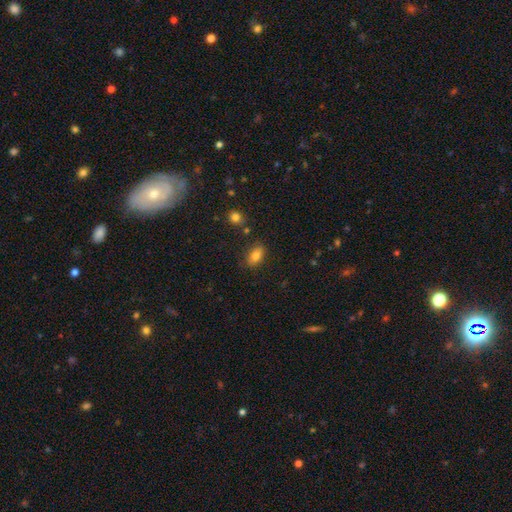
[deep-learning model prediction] smooth 80%, star or artifact 10%, featured or disk 10%. Down the decision tree: how rounded — in between (86%); merging — none (80%).